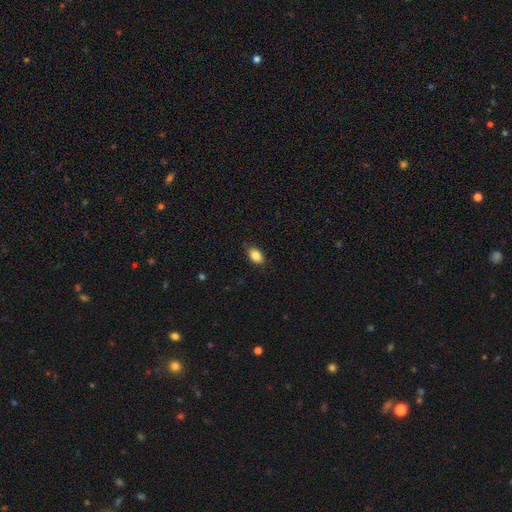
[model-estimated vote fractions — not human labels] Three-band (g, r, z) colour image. It shows a smooth galaxy with no disk features (86%) that is in between round and cigar-shaped (83%). Merging: none (82%).